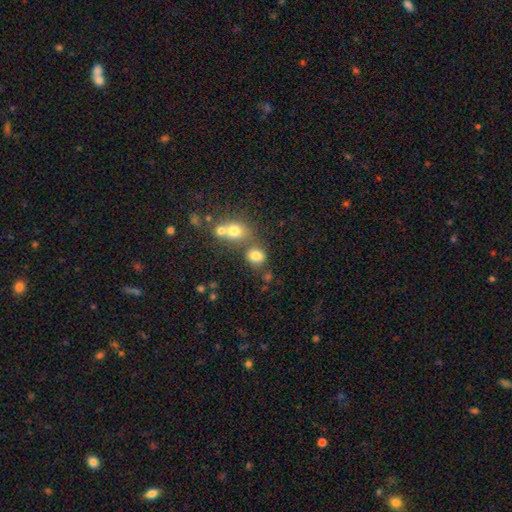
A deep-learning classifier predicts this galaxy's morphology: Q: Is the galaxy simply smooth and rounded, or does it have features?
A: smooth — 78%.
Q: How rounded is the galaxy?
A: round — 66%.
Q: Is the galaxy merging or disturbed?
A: none — 55%.